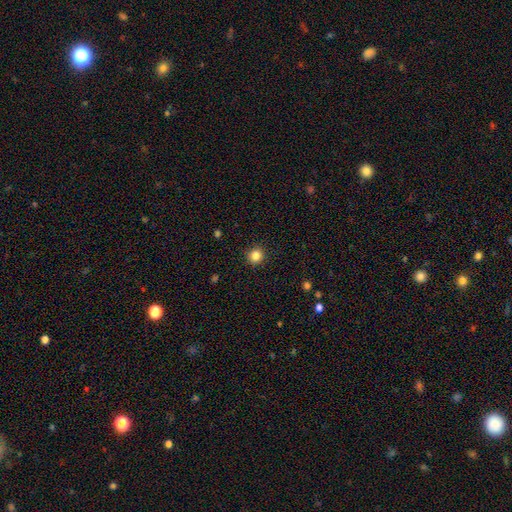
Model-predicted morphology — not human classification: This is clearly a smooth galaxy (84%). How rounded: clearly round (94%). Merging: clearly none (92%).